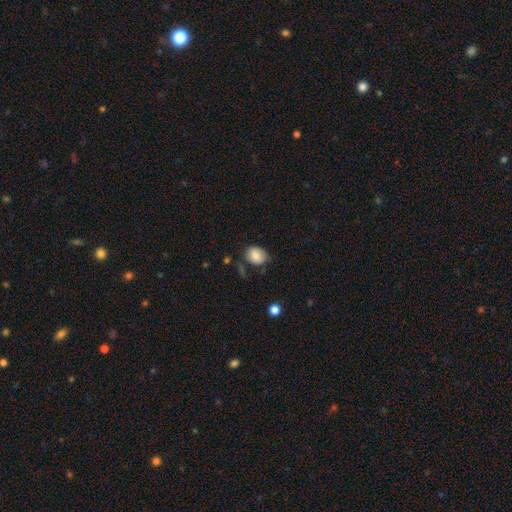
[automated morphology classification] Overall: smooth (79%). How rounded: in between (59%; round 40%). Merging: none (60%; minor disturbance 27%).